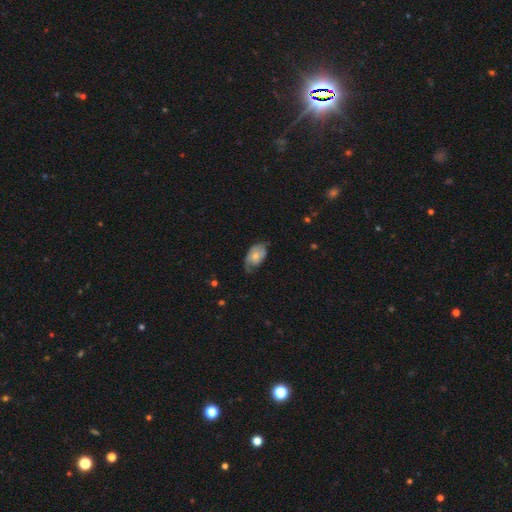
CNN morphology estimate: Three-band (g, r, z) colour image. It shows a featured or disk galaxy (48%). Merging: none (47%).